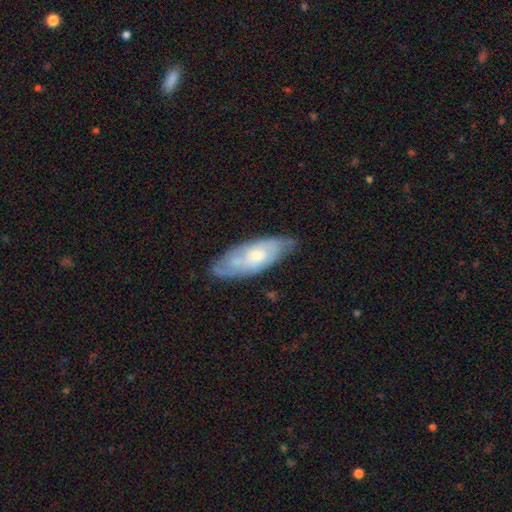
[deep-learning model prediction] A featured or disk galaxy (60%).

Vote fractions:
- Smooth or featured? featured or disk: 60% / smooth: 34% / star or artifact: 6%
- Edge-on disk? no: 83% / yes: 17%
- Merging? none: 69% / minor disturbance: 24% / major disturbance: 5% / merger: 2%